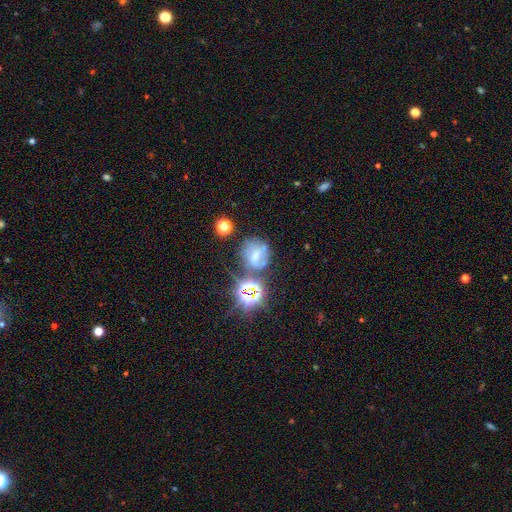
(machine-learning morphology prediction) This appears to be a featured or disk galaxy (47%). Merging: none (52%).